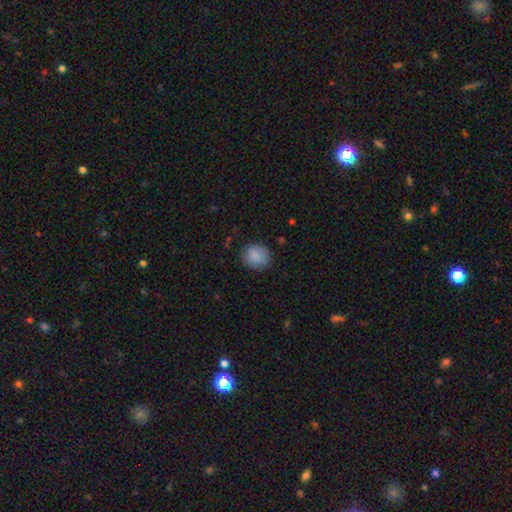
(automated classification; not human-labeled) Overall: smooth (85%). How rounded: round (73%). Merging: none (80%).